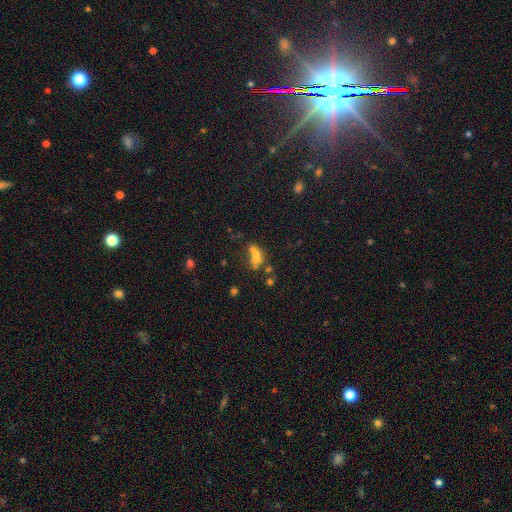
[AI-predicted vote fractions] Smooth or featured? Predicted: smooth (p=0.47). Merging? Predicted: merger (p=0.50).